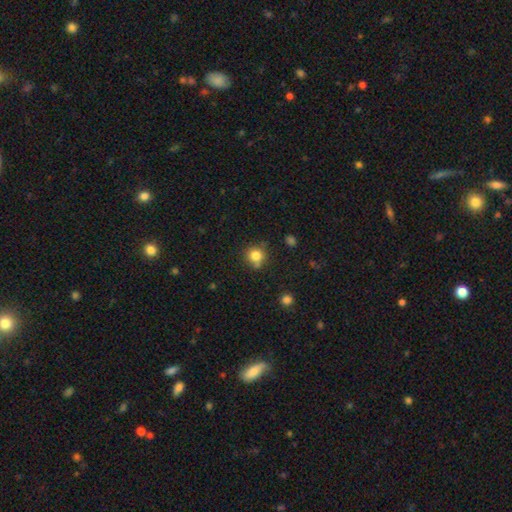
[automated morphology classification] Smooth or featured? Predicted: smooth (p=0.82). How rounded? Predicted: round (p=0.88). Merging? Predicted: none (p=0.70).